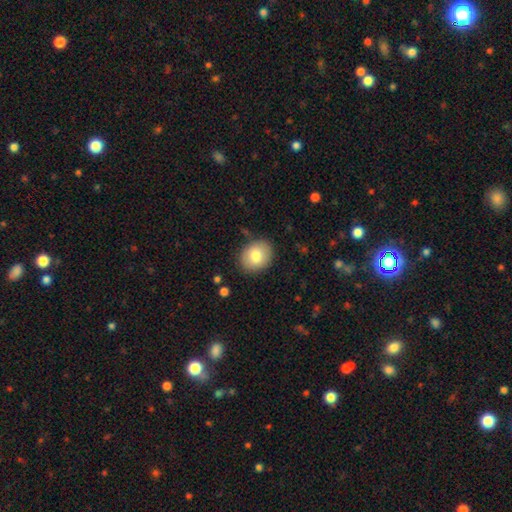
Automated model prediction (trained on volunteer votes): smooth 80%, featured or disk 12%, star or artifact 8%. Down the decision tree: how rounded — round (53%); merging — none (85%).